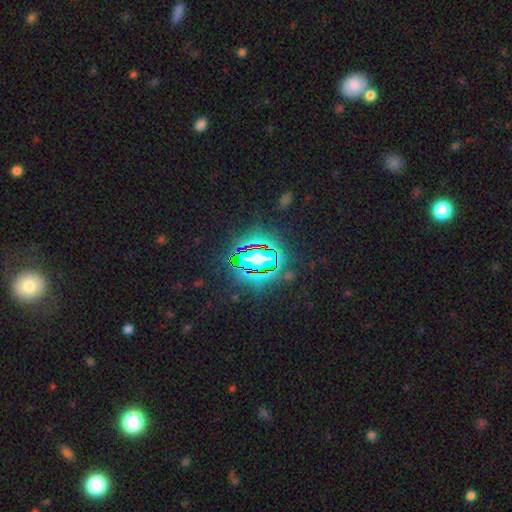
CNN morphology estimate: Smooth or featured? Predicted: star or artifact (p=0.81).